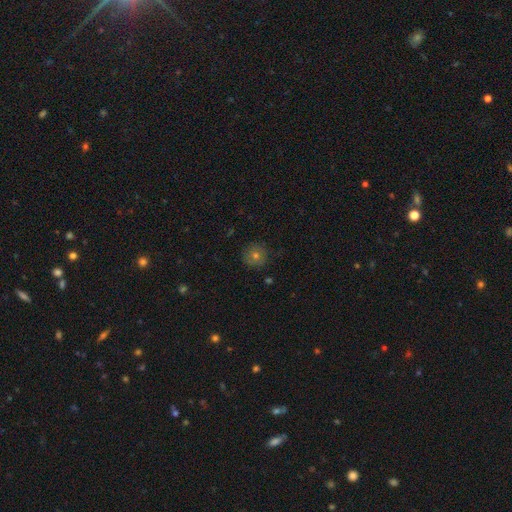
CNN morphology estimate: A smooth galaxy with no disk features (67%) that is round (96%).

Vote fractions:
- Smooth or featured? smooth: 67% / star or artifact: 19% / featured or disk: 14%
- How rounded? round: 96% / in between: 3% / cigar-shaped: 1%
- Merging? none: 88% / minor disturbance: 8% / major disturbance: 2% / merger: 1%